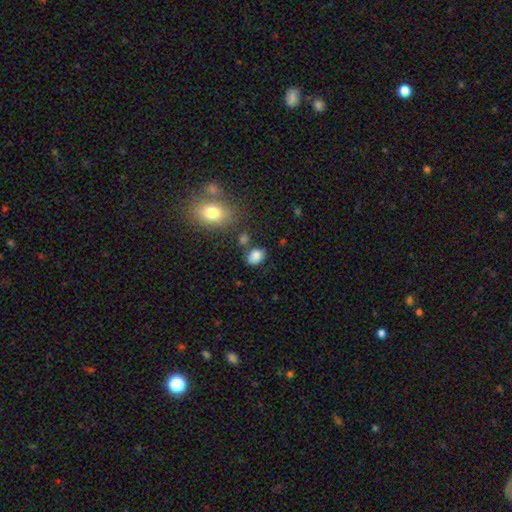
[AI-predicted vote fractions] This appears to be a smooth galaxy with no disk features (84%) that is in between round and cigar-shaped (74%). Merging: none (73%).